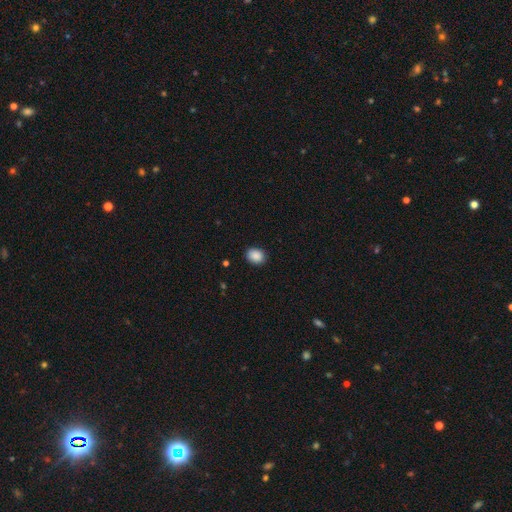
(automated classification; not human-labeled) smooth_or_featured: smooth (p=0.89) [alt: star or artifact p=0.08]
how_rounded: round (p=0.54) [alt: in between p=0.45]
merging: none (p=0.88) [alt: minor disturbance p=0.09]